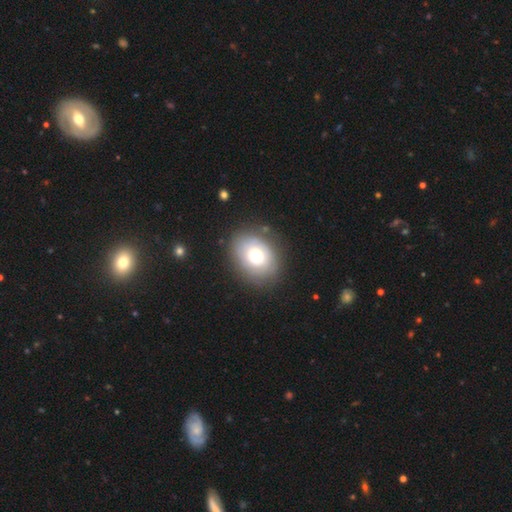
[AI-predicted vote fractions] Smooth or featured: smooth — 69% (featured or disk — 21%)
How rounded: in between — 54% (round — 45%)
Merging: none — 80% (minor disturbance — 13%)